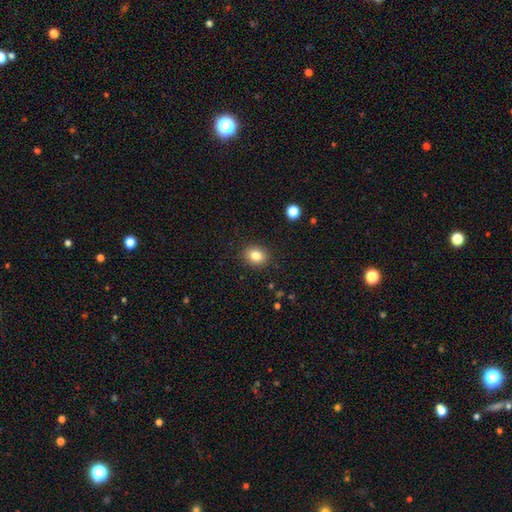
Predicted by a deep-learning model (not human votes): A smooth galaxy with no disk features (82%) that is round (58%).

Vote fractions:
- Smooth or featured? smooth: 82% / star or artifact: 10% / featured or disk: 7%
- How rounded? round: 58% / in between: 41% / cigar-shaped: 1%
- Merging? none: 89% / minor disturbance: 8% / major disturbance: 2% / merger: 1%